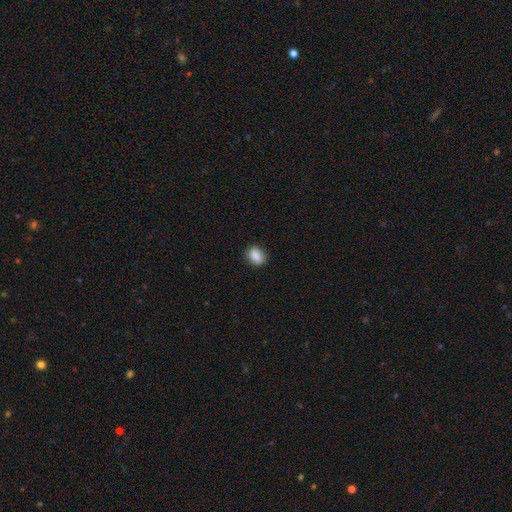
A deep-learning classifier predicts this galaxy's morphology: smooth_or_featured: smooth (p=0.87) [alt: star or artifact p=0.08]
how_rounded: in between (p=0.69) [alt: round p=0.30]
merging: none (p=0.84) [alt: minor disturbance p=0.13]